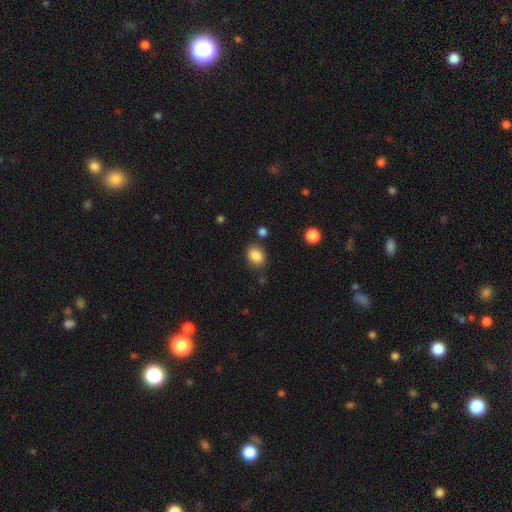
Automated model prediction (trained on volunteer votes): This is clearly a smooth galaxy (86%). How rounded: likely in between (63%). Merging: likely none (77%).